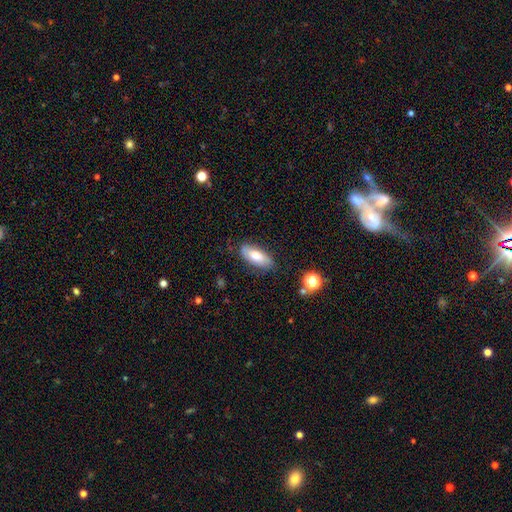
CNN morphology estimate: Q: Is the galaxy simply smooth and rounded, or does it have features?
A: smooth — 66%.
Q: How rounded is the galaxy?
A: in between — 84%.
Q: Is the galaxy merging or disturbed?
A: none — 78%.